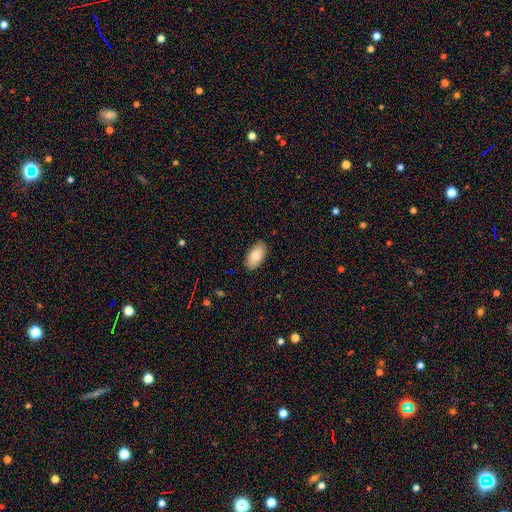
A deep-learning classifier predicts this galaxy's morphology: smooth_or_featured: smooth (p=0.81) [alt: featured or disk p=0.13]
how_rounded: in between (p=0.95) [alt: cigar-shaped p=0.03]
merging: none (p=0.88) [alt: minor disturbance p=0.09]